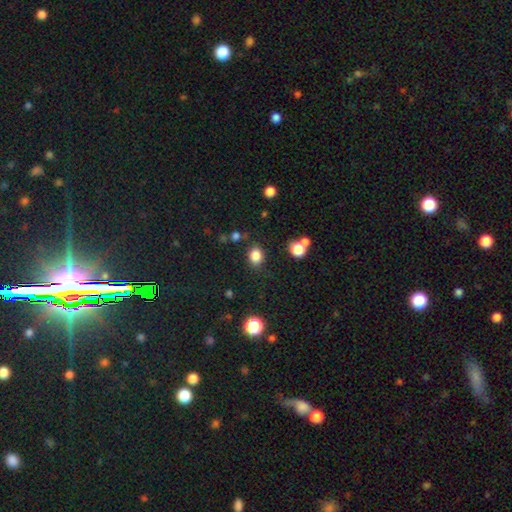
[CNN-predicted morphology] smooth 83%, star or artifact 12%, featured or disk 5%. Down the decision tree: how rounded — in between (56%); merging — none (80%).